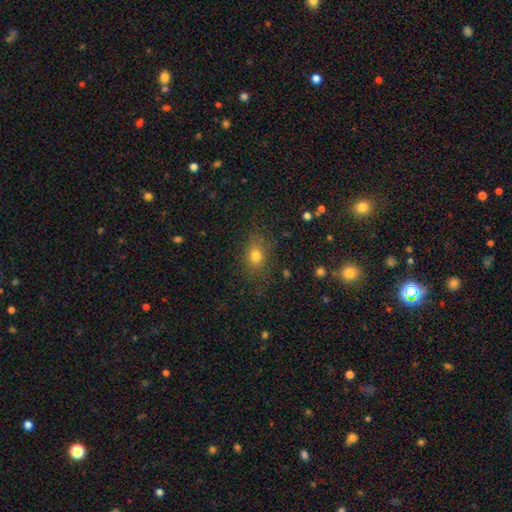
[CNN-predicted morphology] Smooth or featured?
  - smooth: 74% *
  - star or artifact: 16%
  - featured or disk: 10%
How rounded?
  - in between: 53% *
  - round: 44%
  - cigar-shaped: 3%
Merging?
  - none: 79% *
  - minor disturbance: 14%
  - major disturbance: 5%
  - merger: 2%